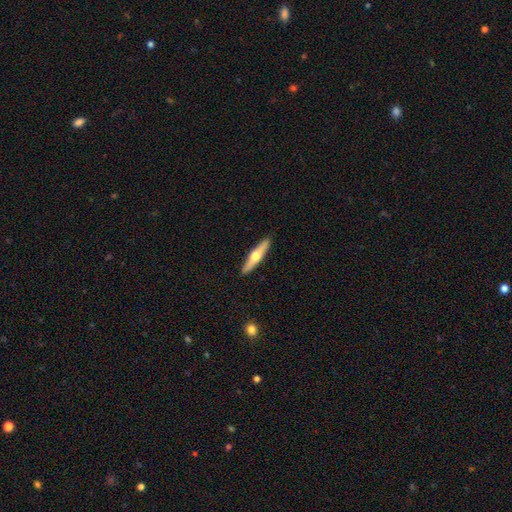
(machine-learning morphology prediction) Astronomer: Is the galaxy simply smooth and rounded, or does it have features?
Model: featured or disk — 56% (runner-up: smooth, 39%).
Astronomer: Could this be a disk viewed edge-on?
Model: yes — 94%.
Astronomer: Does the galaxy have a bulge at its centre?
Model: rounded — 94%.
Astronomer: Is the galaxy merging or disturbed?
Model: none — 91%.